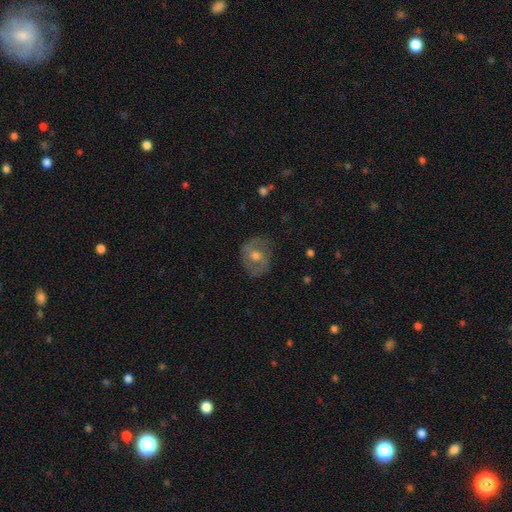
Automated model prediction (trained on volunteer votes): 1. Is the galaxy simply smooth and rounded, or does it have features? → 59% featured or disk, 31% smooth, 9% star or artifact.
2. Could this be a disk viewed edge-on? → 96% no, 4% yes.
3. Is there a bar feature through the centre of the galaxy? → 50% no, 39% weak, 12% strong.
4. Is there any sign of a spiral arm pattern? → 71% yes, 29% no.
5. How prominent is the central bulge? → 70% moderate, 22% small, 5% large, 2% none, 1% dominant.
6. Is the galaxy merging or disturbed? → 73% none, 19% minor disturbance, 7% major disturbance, 1% merger.